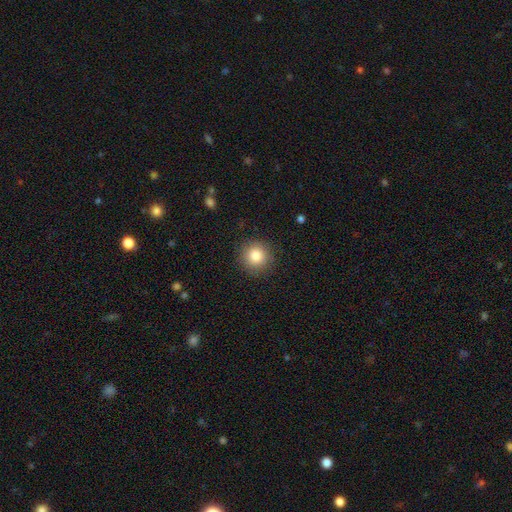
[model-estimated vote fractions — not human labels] This is clearly a smooth galaxy (84%). How rounded: clearly round (94%). Merging: clearly none (88%).